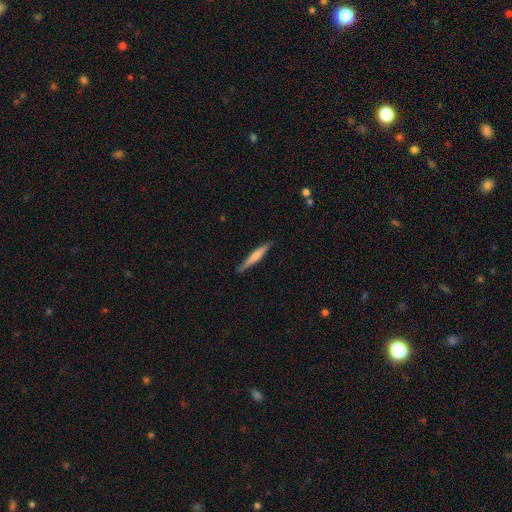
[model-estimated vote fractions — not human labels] Morphology: type=smooth (55%); roundness=cigar-shaped (94%); merging=none (85%).